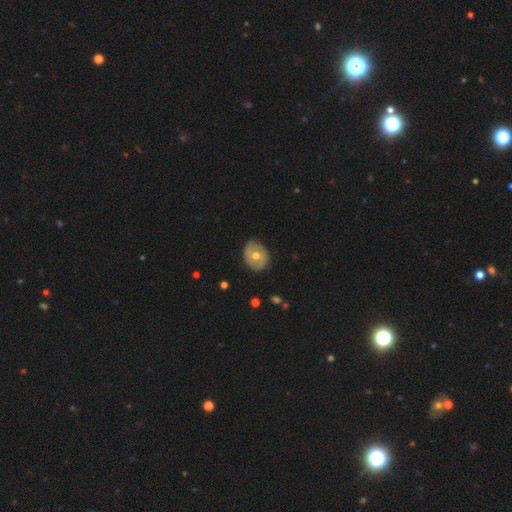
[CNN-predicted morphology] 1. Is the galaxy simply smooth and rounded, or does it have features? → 50% featured or disk, 43% smooth, 7% star or artifact.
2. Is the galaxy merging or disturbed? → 79% none, 17% minor disturbance, 3% major disturbance, 1% merger.